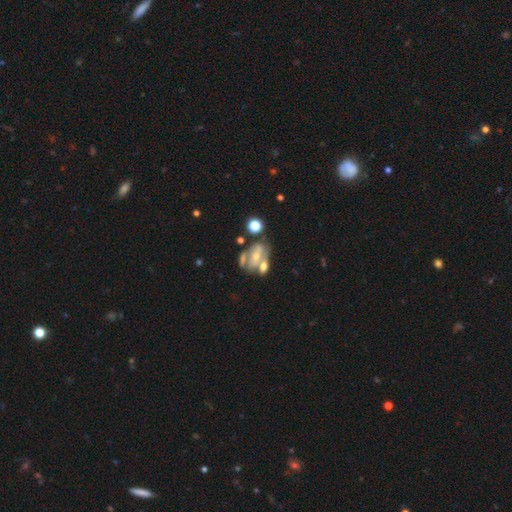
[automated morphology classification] featured or disk 59%, smooth 31%, star or artifact 10%. Down the decision tree: edge-on disk — no (93%); bar — no (60%); spiral arms — no (59%); bulge size — small (49%); merging — merger (42%).